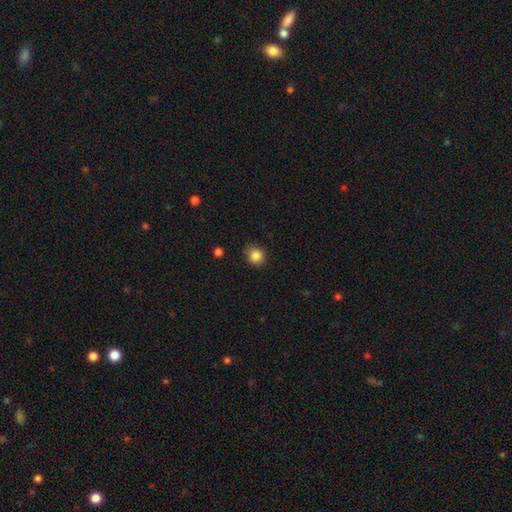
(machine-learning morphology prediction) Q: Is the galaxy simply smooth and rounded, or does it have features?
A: smooth — 85%.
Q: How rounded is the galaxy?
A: round — 76%.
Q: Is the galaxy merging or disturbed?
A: none — 83%.